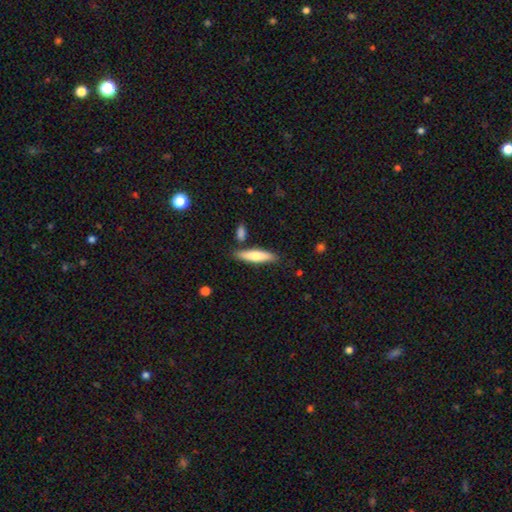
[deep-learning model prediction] A smooth galaxy with no disk features (67%) that is cigar-shaped (74%).

Vote fractions:
- Smooth or featured? smooth: 67% / featured or disk: 28% / star or artifact: 5%
- How rounded? cigar-shaped: 74% / in between: 24% / round: 2%
- Merging? none: 79% / minor disturbance: 12% / merger: 6% / major disturbance: 2%